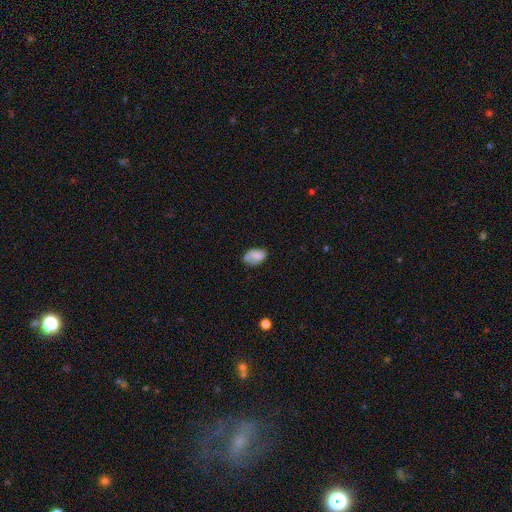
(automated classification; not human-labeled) Smooth or featured? smooth (74%)
How rounded? in between (85%)
Merging? none (56%)